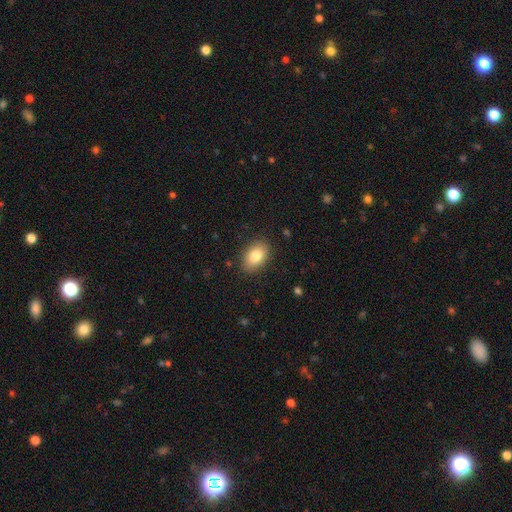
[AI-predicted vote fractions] This is clearly a smooth galaxy (82%). How rounded: clearly in between (87%). Merging: clearly none (86%).